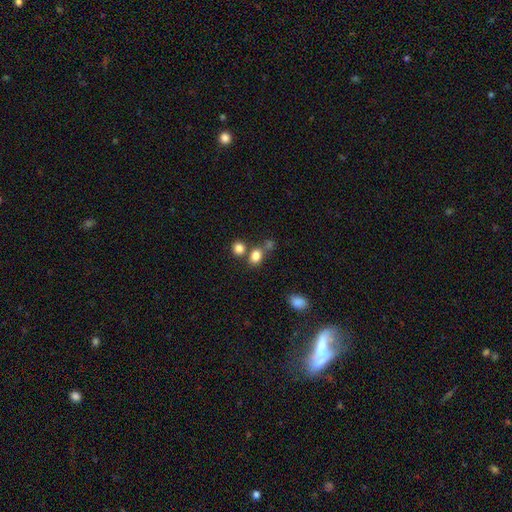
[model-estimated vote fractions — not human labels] Smooth or featured: smooth — 81% (star or artifact — 12%)
How rounded: round — 51% (in between — 47%)
Merging: none — 57% (merger — 27%)